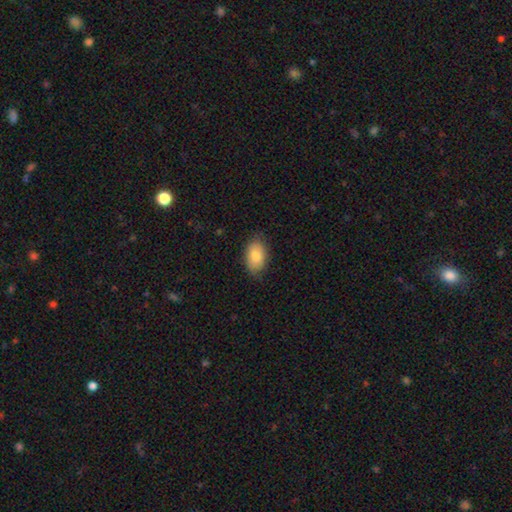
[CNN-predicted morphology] Overall: smooth (81%). How rounded: in between (90%). Merging: none (79%).